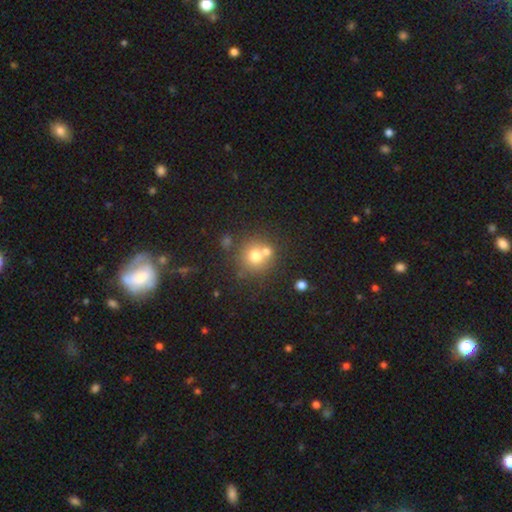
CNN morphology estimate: Overall: smooth (69%). How rounded: round (90%). Merging: none (57%; merger 31%).